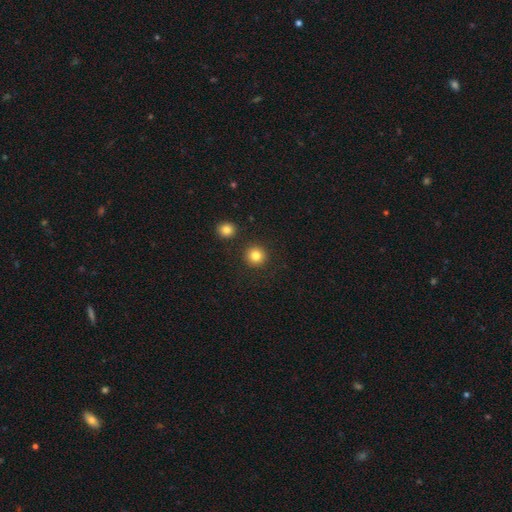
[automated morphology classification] smooth-or-featured: smooth: 83% | star or artifact: 11% | featured or disk: 6%
  how-rounded: round: 94% | in between: 5% | cigar-shaped: 1%
  merging: none: 90% | minor disturbance: 5% | merger: 3% | major disturbance: 2%